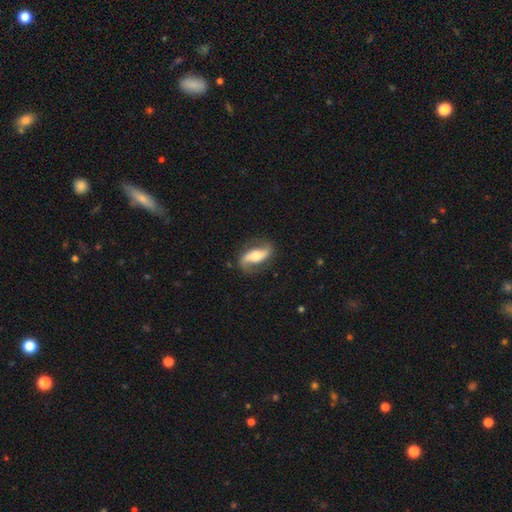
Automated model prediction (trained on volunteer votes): featured or disk 76%, smooth 18%, star or artifact 5%. Down the decision tree: edge-on disk — no (88%); bar — strong (40%); spiral arms — yes (91%); spiral arm count — 2 (91%); spiral winding — loose (65%); bulge size — moderate (60%); merging — none (79%).